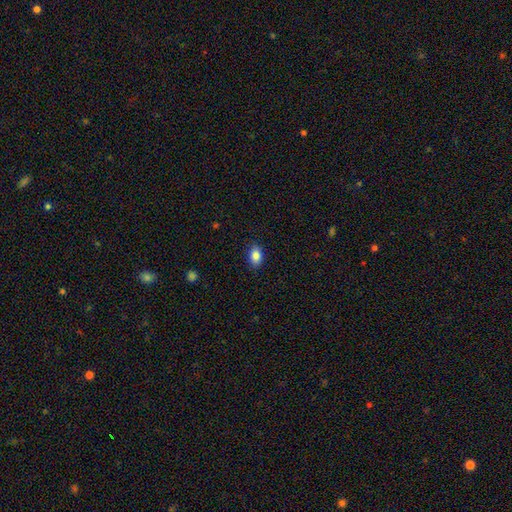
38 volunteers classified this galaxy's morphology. Smooth or featured? smooth (89%)
How rounded? in between (79%)
Merging? none (83%)